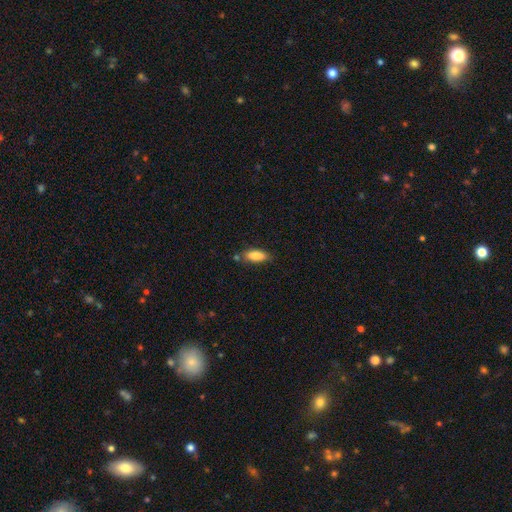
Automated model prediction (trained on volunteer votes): smooth 84%, featured or disk 9%, star or artifact 7%. Down the decision tree: how rounded — in between (72%); merging — none (71%).